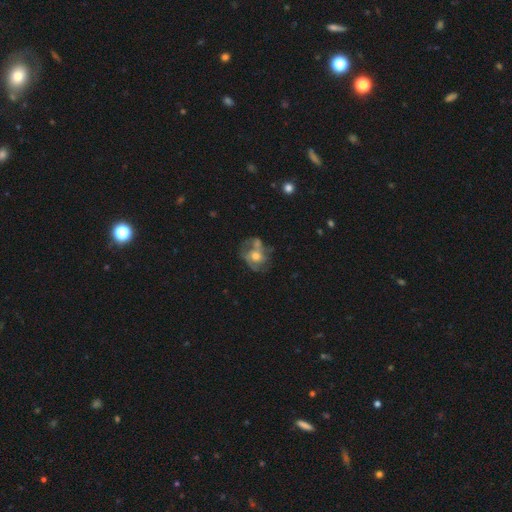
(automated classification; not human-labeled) This is likely a featured or disk galaxy (63%). It is clearly not viewed edge-on (97%). Bar: likely no (76%). Spiral arm pattern: possibly yes (59%). Central bulge: likely moderate (66%). Merging: marginally none (39%).